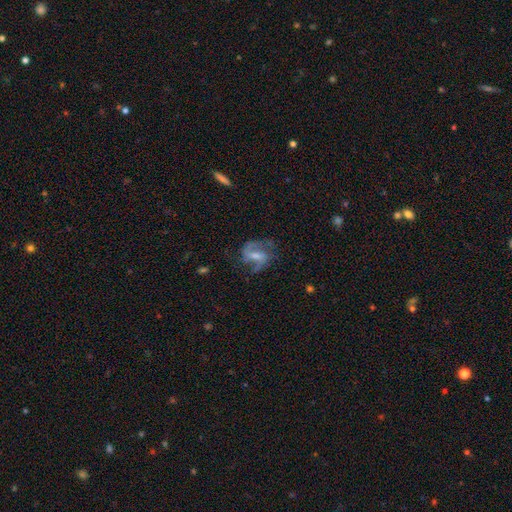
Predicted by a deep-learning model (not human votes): A featured or disk galaxy (77%) with a weak bar (51%), 2 (76%) medium (49%) spiral arms (91%) and a moderate central bulge (41%).

Vote fractions:
- Smooth or featured? featured or disk: 77% / smooth: 15% / star or artifact: 7%
- Edge-on disk? no: 97% / yes: 3%
- Bar? weak: 51% / strong: 31% / no: 18%
- Spiral arms? yes: 91% / no: 9%
- Spiral winding? medium: 49% / loose: 36% / tight: 15%
- Spiral arm count? 2: 76% / can't tell: 9% / 3: 6% / 1: 5% / 4: 2% / more than 4: 2%
- Bulge size? moderate: 41% / small: 35% / none: 16% / large: 7% / dominant: 1%
- Merging? none: 58% / minor disturbance: 21% / major disturbance: 19% / merger: 2%